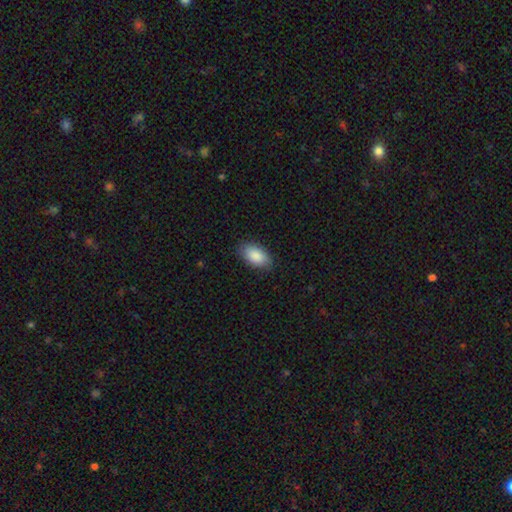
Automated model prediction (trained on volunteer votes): Morphology: type=smooth (89%); roundness=in between (94%); merging=none (86%).